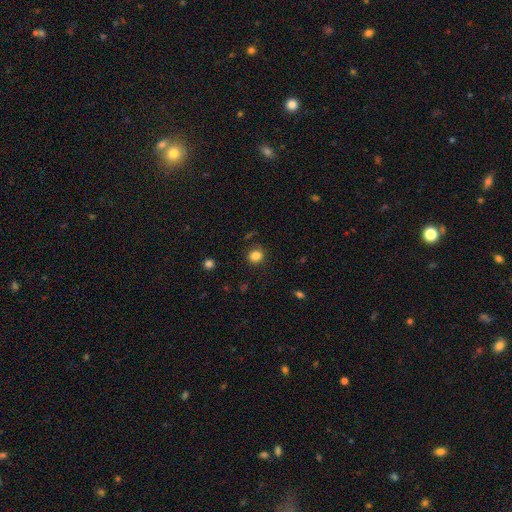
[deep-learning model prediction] Smooth or featured? Predicted: smooth (p=0.84). How rounded? Predicted: round (p=0.81). Merging? Predicted: none (p=0.87).